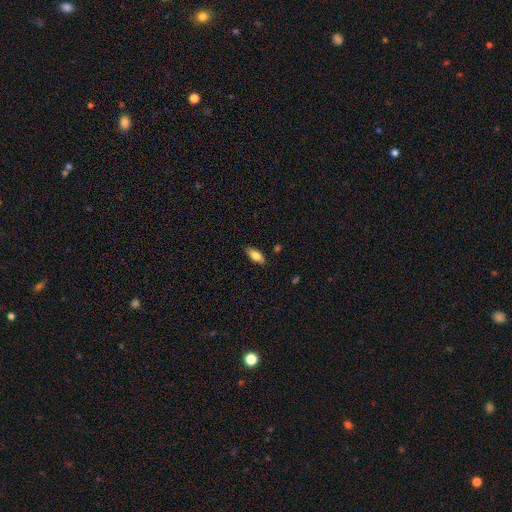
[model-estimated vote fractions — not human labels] Smooth or featured: smooth — 80% (featured or disk — 13%)
How rounded: in between — 84% (cigar-shaped — 14%)
Merging: none — 82% (minor disturbance — 14%)